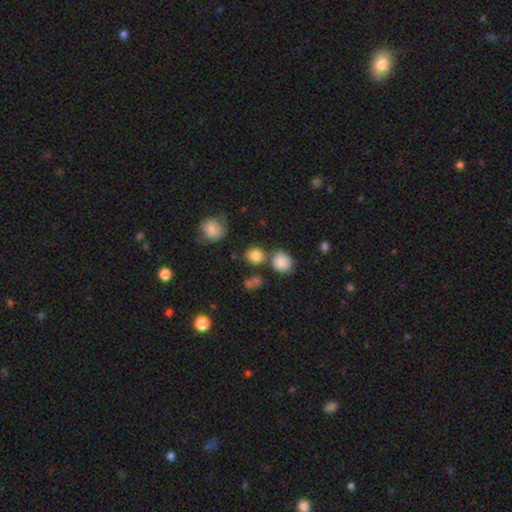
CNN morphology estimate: A smooth galaxy with no disk features (82%) that is round (80%). Merging: none (67%).